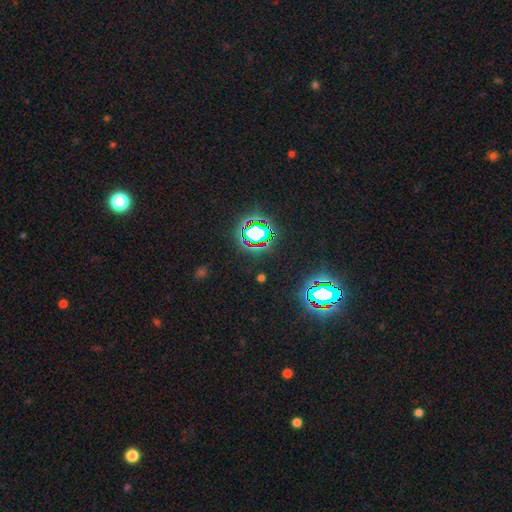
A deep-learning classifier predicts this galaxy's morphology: Smooth or featured? Predicted: star or artifact (p=0.82).